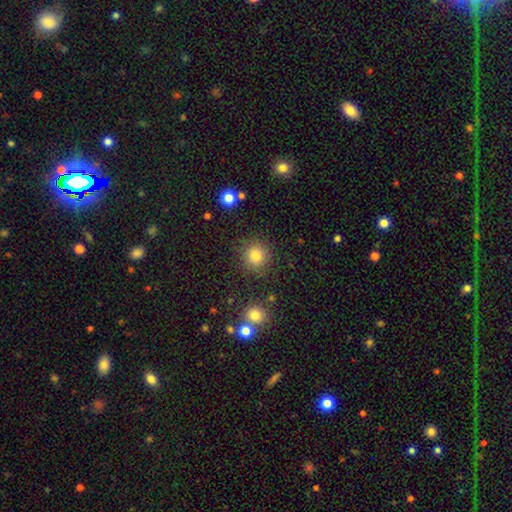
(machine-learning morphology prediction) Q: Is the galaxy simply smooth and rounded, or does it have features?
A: smooth — 82%.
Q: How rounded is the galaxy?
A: round — 92%.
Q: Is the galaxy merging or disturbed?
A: none — 86%.